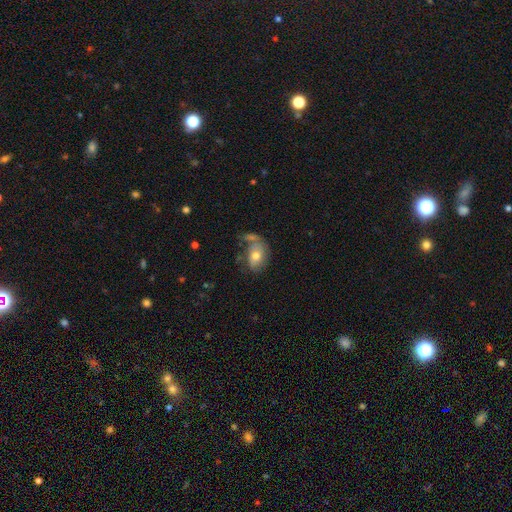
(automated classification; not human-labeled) A smooth galaxy with no disk features (64%) that is in between round and cigar-shaped (81%).

Vote fractions:
- Smooth or featured? smooth: 64% / featured or disk: 27% / star or artifact: 8%
- How rounded? in between: 81% / round: 17% / cigar-shaped: 2%
- Merging? none: 45% / minor disturbance: 22% / merger: 19% / major disturbance: 14%